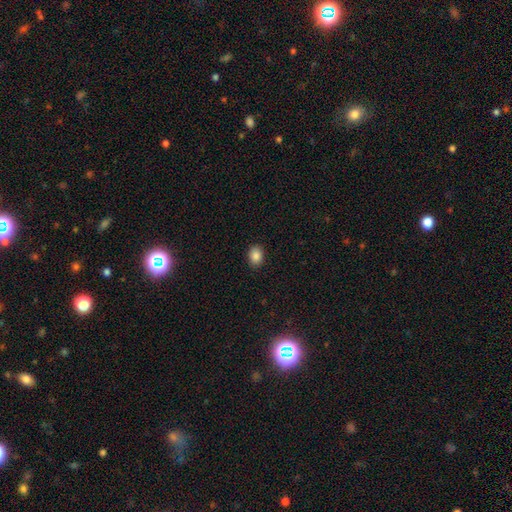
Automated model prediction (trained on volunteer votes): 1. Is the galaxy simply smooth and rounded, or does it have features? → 87% smooth, 9% star or artifact, 4% featured or disk.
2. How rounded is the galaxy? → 69% in between, 30% round, 1% cigar-shaped.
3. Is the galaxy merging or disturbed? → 89% none, 8% minor disturbance, 2% major disturbance, 1% merger.